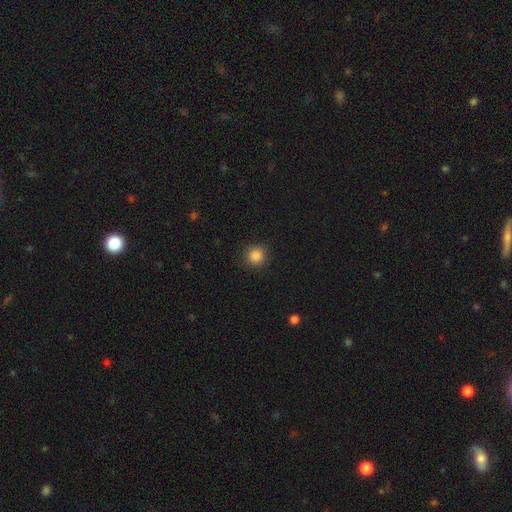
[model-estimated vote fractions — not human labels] smooth_or_featured: smooth (p=0.86) [alt: star or artifact p=0.11]
how_rounded: round (p=0.92) [alt: in between p=0.07]
merging: none (p=0.89) [alt: minor disturbance p=0.07]